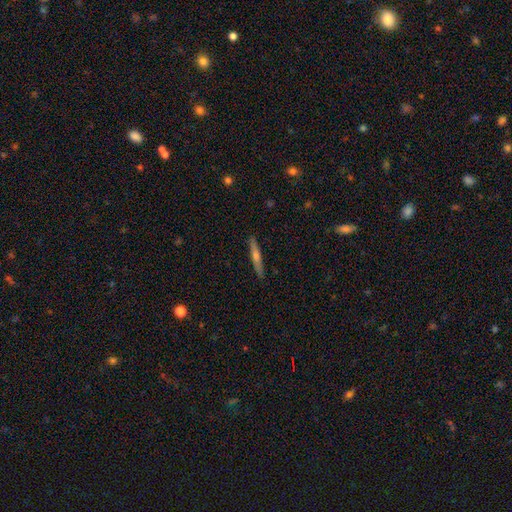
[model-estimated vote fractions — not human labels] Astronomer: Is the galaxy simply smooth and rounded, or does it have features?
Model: featured or disk — 59% (runner-up: smooth, 35%).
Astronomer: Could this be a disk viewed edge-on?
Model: yes — 97%.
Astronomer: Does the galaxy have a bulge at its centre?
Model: rounded — 77%.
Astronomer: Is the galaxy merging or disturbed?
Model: none — 91%.